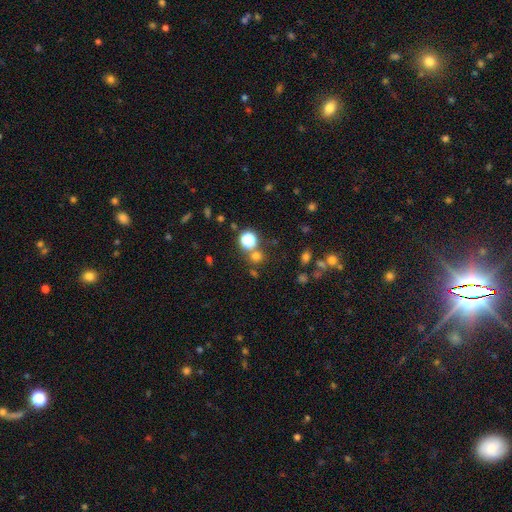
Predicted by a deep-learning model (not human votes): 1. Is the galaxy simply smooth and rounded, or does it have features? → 62% smooth, 31% star or artifact, 7% featured or disk.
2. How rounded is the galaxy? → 89% round, 10% in between, 1% cigar-shaped.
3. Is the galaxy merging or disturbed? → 72% none, 17% merger, 8% minor disturbance, 4% major disturbance.